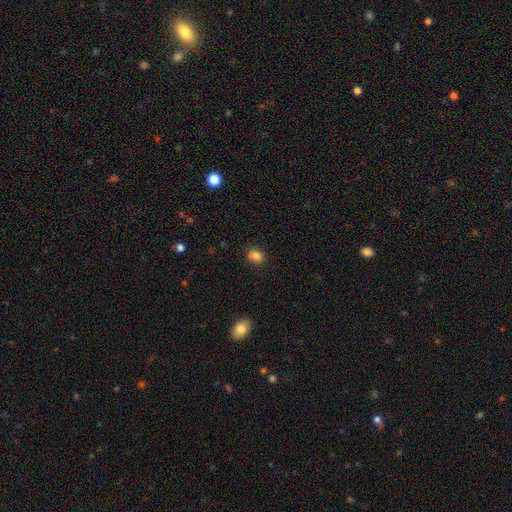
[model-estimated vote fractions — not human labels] Smooth or featured?
  - smooth: 84% *
  - star or artifact: 11%
  - featured or disk: 5%
How rounded?
  - round: 52% *
  - in between: 47%
  - cigar-shaped: 1%
Merging?
  - none: 81% *
  - minor disturbance: 14%
  - major disturbance: 3%
  - merger: 2%